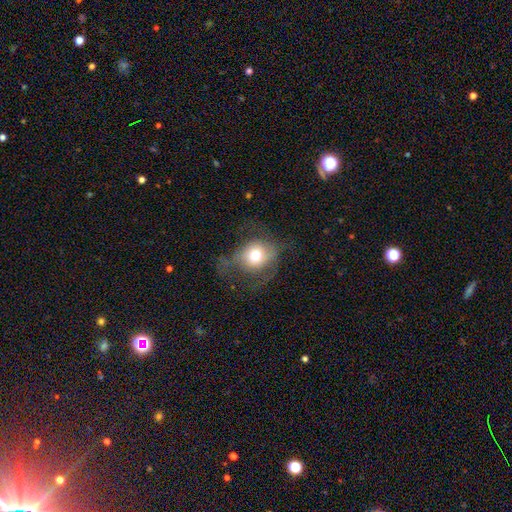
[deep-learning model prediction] smooth-or-featured: smooth: 63% | featured or disk: 26% | star or artifact: 11%
  how-rounded: round: 73% | in between: 26% | cigar-shaped: 1%
  merging: none: 44% | major disturbance: 30% | minor disturbance: 25% | merger: 2%